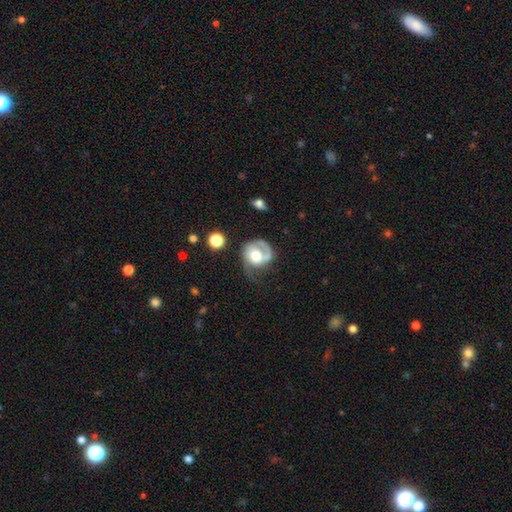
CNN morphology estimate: Smooth or featured: featured or disk — 66% (smooth — 27%)
Edge-on disk: no — 98% (yes — 2%)
Bar: no — 75% (weak — 21%)
Spiral arms: yes — 84% (no — 16%)
Spiral winding: tight — 40% (medium — 35%)
Spiral arm count: 1 — 69% (2 — 21%)
Bulge size: moderate — 52% (large — 34%)
Merging: none — 40% (major disturbance — 31%)